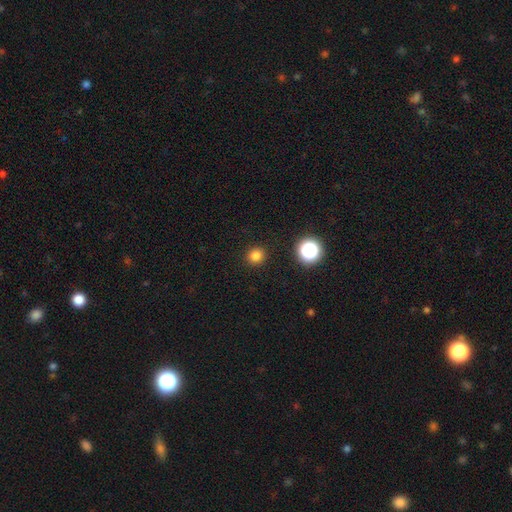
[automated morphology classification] Smooth or featured?
  - smooth: 80% *
  - star or artifact: 16%
  - featured or disk: 4%
How rounded?
  - round: 91% *
  - in between: 8%
  - cigar-shaped: 1%
Merging?
  - none: 92% *
  - minor disturbance: 5%
  - major disturbance: 2%
  - merger: 1%